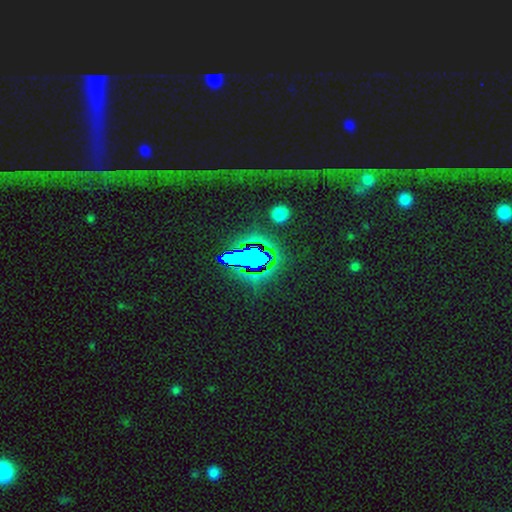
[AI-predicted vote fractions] star or artifact 69%, smooth 20%, featured or disk 11%.